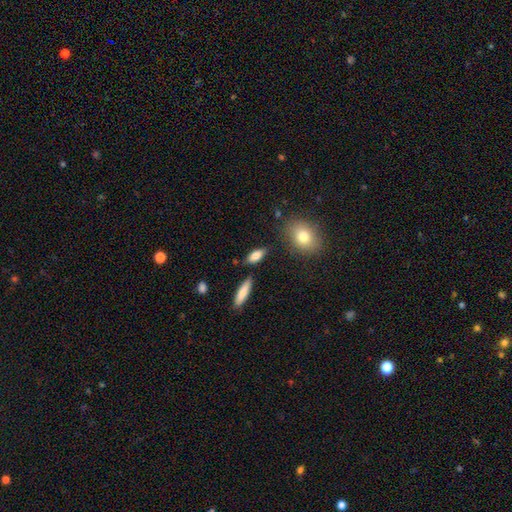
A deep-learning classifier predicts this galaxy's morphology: A smooth galaxy with no disk features (79%) that is in between round and cigar-shaped (73%).

Vote fractions:
- Smooth or featured? smooth: 79% / featured or disk: 13% / star or artifact: 8%
- How rounded? in between: 73% / cigar-shaped: 23% / round: 4%
- Merging? none: 79% / minor disturbance: 12% / merger: 6% / major disturbance: 3%